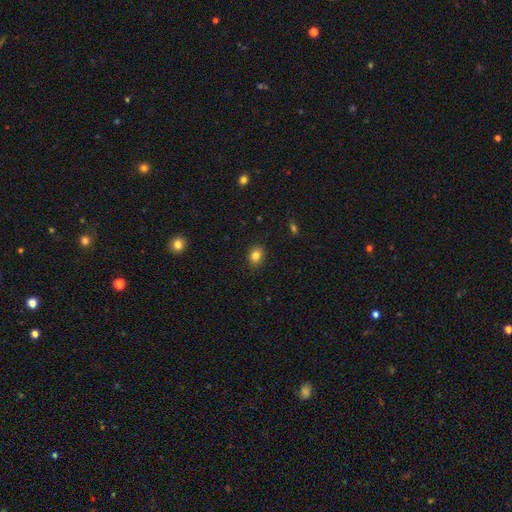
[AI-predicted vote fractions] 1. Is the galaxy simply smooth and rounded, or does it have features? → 82% smooth, 12% star or artifact, 6% featured or disk.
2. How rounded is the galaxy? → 61% round, 38% in between, 1% cigar-shaped.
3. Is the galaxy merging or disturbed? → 88% none, 8% minor disturbance, 2% major disturbance, 1% merger.